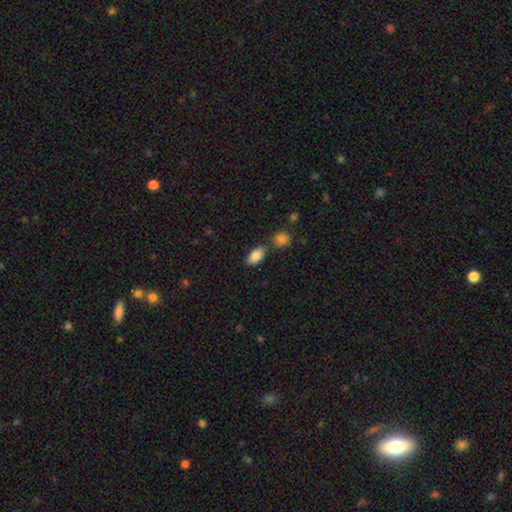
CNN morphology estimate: Smooth or featured? smooth (86%)
How rounded? in between (93%)
Merging? none (69%)